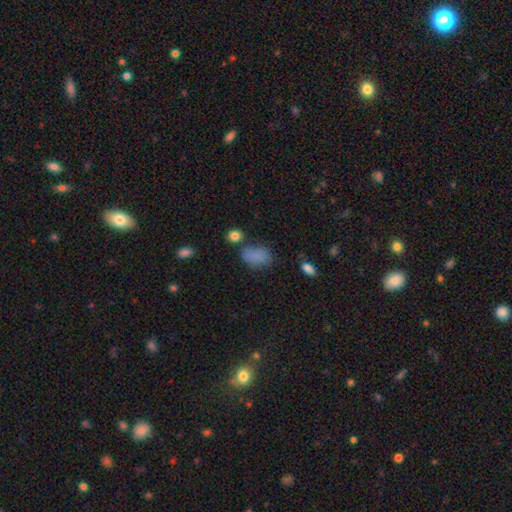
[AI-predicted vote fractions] Smooth or featured? smooth (80%)
How rounded? in between (82%)
Merging? none (56%)